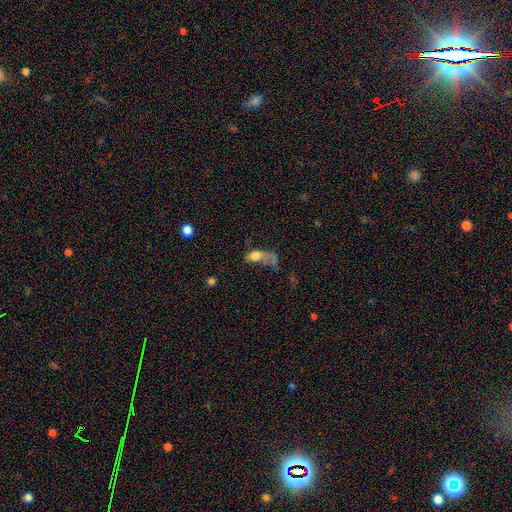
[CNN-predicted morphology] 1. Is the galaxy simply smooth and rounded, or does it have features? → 63% smooth, 25% featured or disk, 12% star or artifact.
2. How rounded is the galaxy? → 75% in between, 15% round, 9% cigar-shaped.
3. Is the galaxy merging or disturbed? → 53% major disturbance, 19% merger, 15% none, 13% minor disturbance.